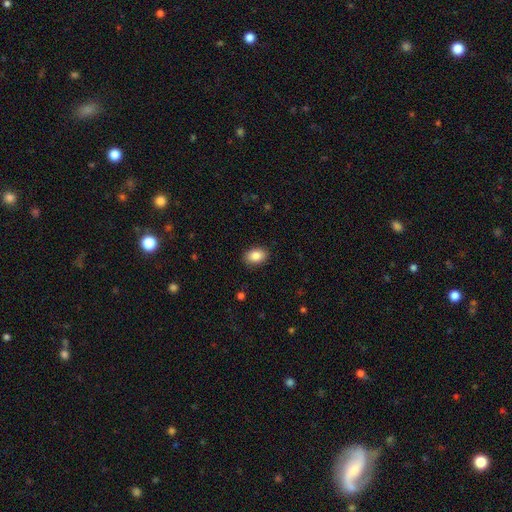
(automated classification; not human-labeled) Smooth or featured?
  - smooth: 86% *
  - star or artifact: 8%
  - featured or disk: 6%
How rounded?
  - in between: 85% *
  - round: 14%
  - cigar-shaped: 1%
Merging?
  - none: 89% *
  - minor disturbance: 8%
  - major disturbance: 2%
  - merger: 1%